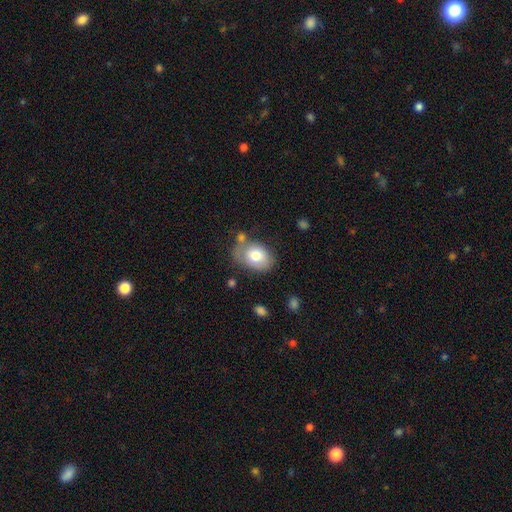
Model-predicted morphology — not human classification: This appears to be a smooth galaxy with no disk features (74%) that is in between round and cigar-shaped (74%). Merging: none (54%).